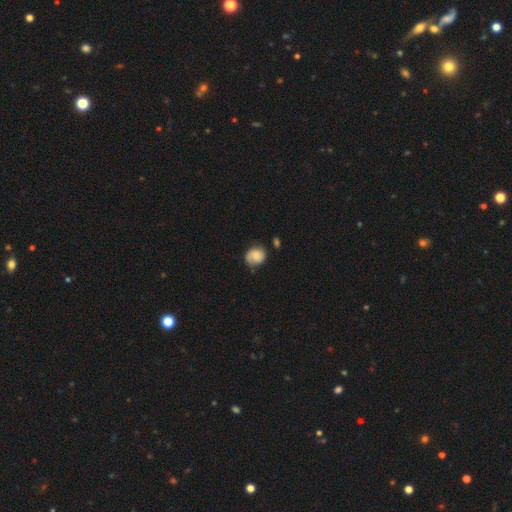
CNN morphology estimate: Smooth or featured?
  - smooth: 55% *
  - featured or disk: 37%
  - star or artifact: 8%
How rounded?
  - round: 69% *
  - in between: 30%
  - cigar-shaped: 1%
Merging?
  - none: 60% *
  - minor disturbance: 28%
  - major disturbance: 9%
  - merger: 3%